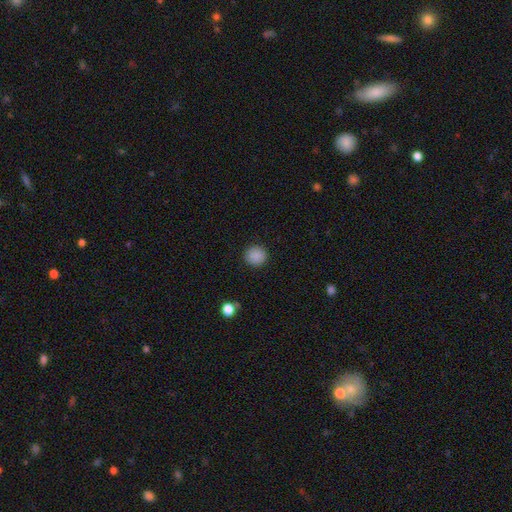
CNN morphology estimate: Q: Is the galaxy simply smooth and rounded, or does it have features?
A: smooth — 88%.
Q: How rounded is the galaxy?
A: round — 93%.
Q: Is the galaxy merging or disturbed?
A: none — 92%.